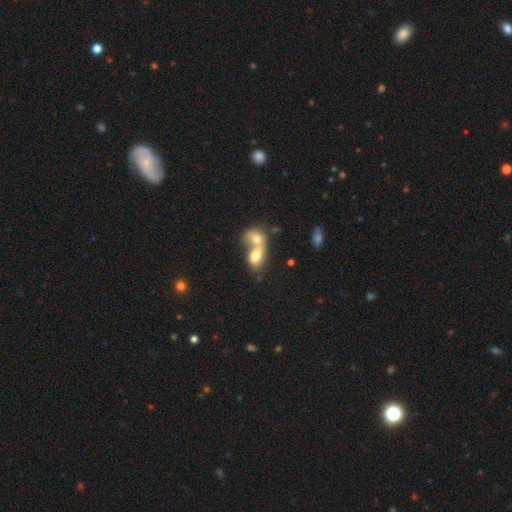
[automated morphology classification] Q: Smooth or featured?
A: smooth (70%); runner-up: featured or disk (22%)
Q: How rounded?
A: in between (72%); runner-up: round (25%)
Q: Merging?
A: merger (79%); runner-up: none (12%)